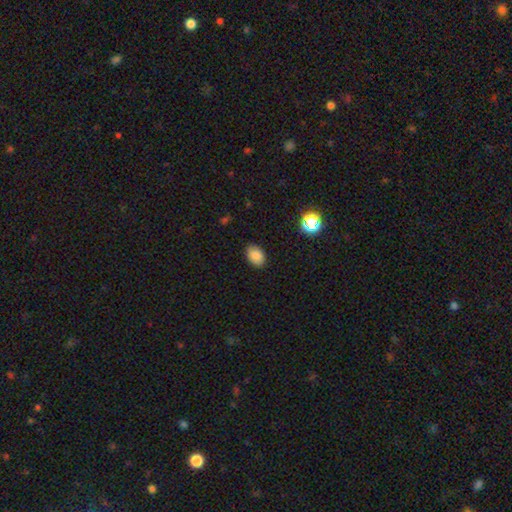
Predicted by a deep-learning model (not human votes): This appears to be a smooth galaxy with no disk features (85%) that is in between round and cigar-shaped (81%). Merging: none (86%).